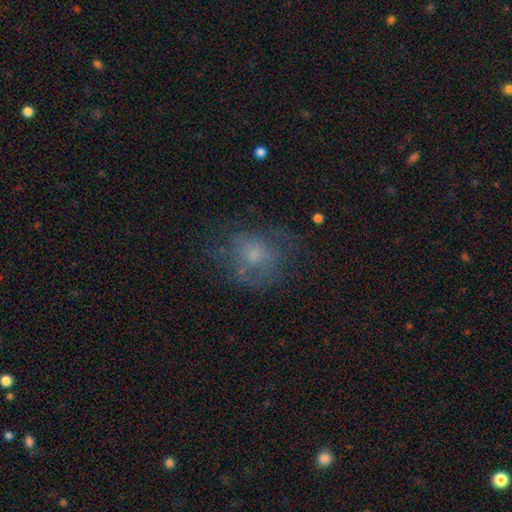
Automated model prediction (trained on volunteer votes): smooth 46%, featured or disk 38%, star or artifact 16%. Down the decision tree: merging — none (56%).